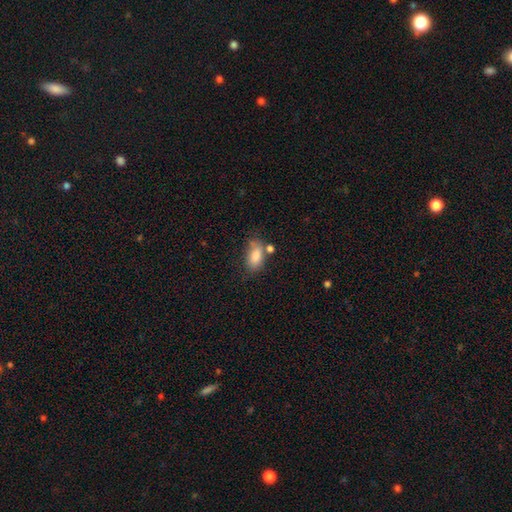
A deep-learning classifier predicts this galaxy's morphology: smooth-or-featured: smooth: 82% | featured or disk: 10% | star or artifact: 8%
  how-rounded: in between: 89% | round: 7% | cigar-shaped: 4%
  merging: none: 53% | minor disturbance: 24% | merger: 15% | major disturbance: 9%